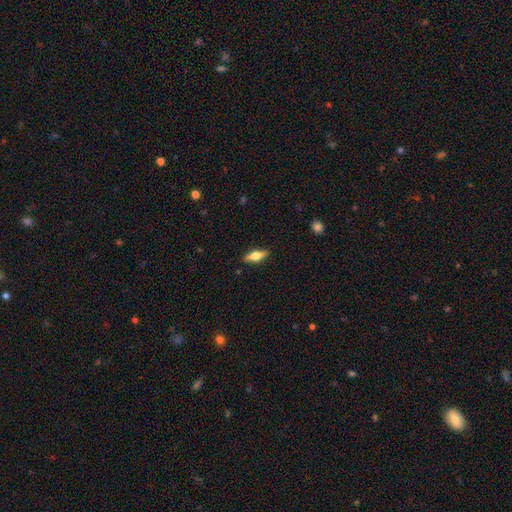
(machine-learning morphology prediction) Smooth or featured? Predicted: smooth (p=0.51). How rounded? Predicted: in between (p=0.61). Merging? Predicted: none (p=0.88).